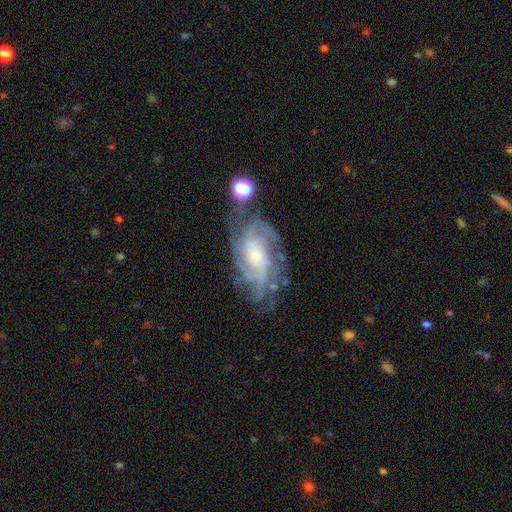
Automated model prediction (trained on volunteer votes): featured or disk 87%, smooth 7%, star or artifact 6%. Down the decision tree: edge-on disk — no (96%); bar — no (65%); spiral arms — yes (97%); spiral arm count — can't tell (26%); spiral winding — tight (56%); bulge size — small (62%); merging — none (66%).